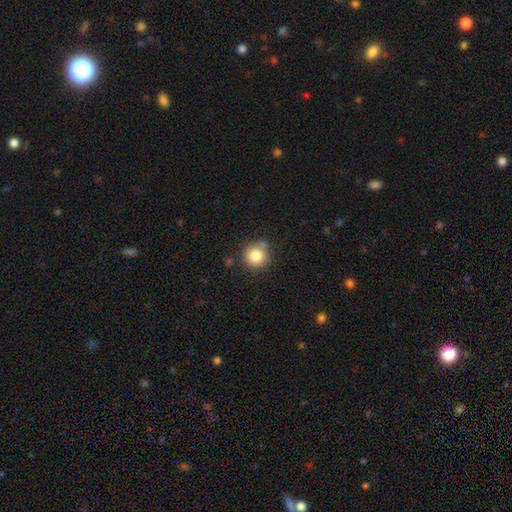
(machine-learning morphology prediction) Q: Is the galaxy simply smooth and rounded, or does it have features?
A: smooth — 82%.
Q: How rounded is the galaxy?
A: round — 93%.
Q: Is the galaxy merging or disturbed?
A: none — 77%.